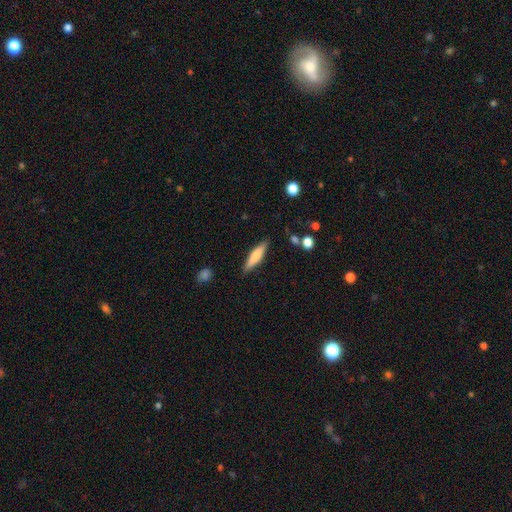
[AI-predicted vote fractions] smooth-or-featured: smooth: 65% | featured or disk: 29% | star or artifact: 6%
  how-rounded: cigar-shaped: 78% | in between: 21% | round: 2%
  merging: none: 86% | minor disturbance: 10% | major disturbance: 2% | merger: 2%